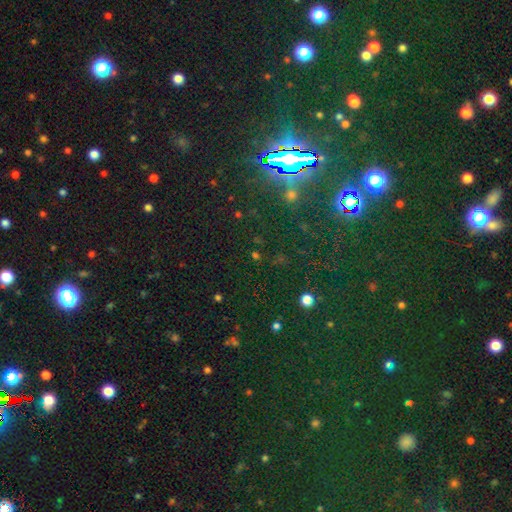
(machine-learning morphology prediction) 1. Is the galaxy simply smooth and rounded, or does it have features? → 71% star or artifact, 21% smooth, 8% featured or disk.